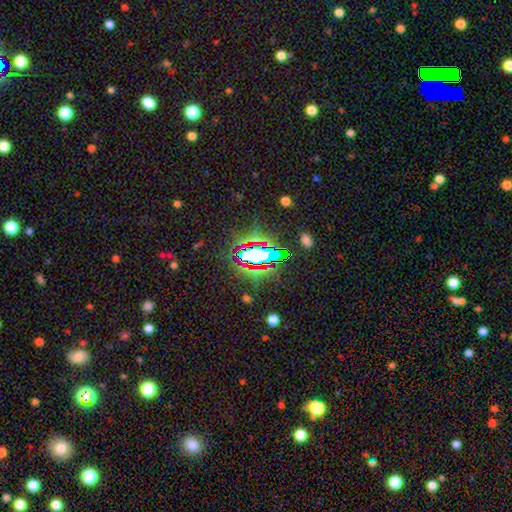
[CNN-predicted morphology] Smooth or featured? star or artifact (68%)